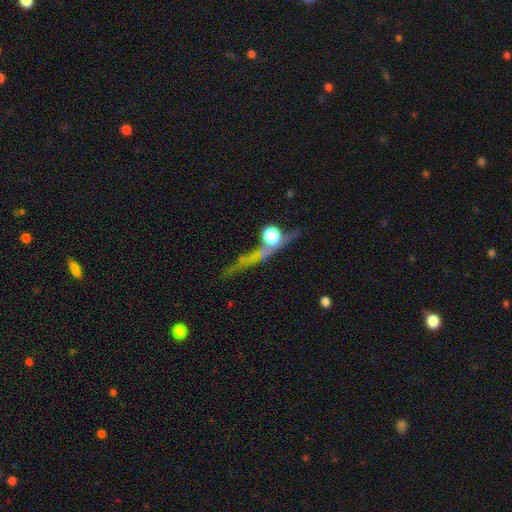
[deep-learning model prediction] Smooth or featured: featured or disk — 41% (star or artifact — 29%)
Merging: none — 63% (minor disturbance — 13%)